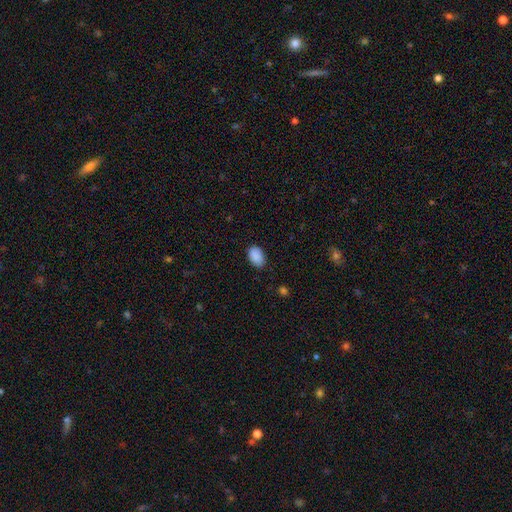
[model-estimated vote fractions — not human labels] Overall: smooth (89%). How rounded: in between (89%). Merging: none (79%).